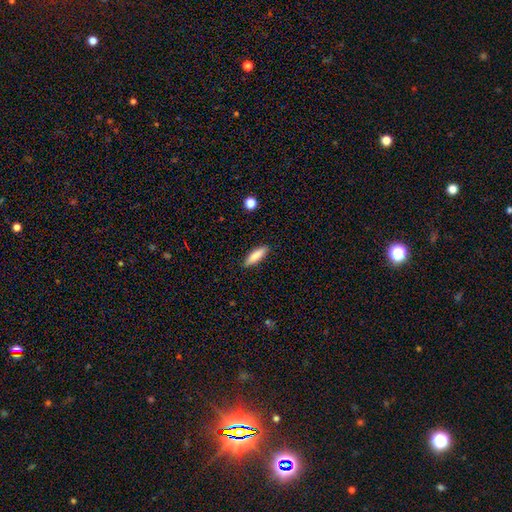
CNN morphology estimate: Smooth or featured? Predicted: smooth (p=0.83). How rounded? Predicted: cigar-shaped (p=0.60). Merging? Predicted: none (p=0.88).